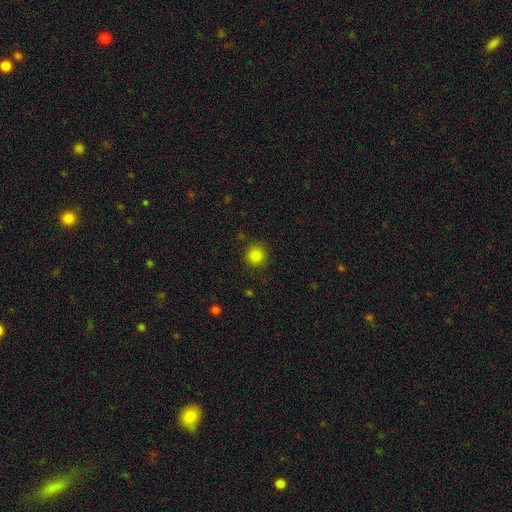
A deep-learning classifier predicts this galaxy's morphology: This appears to be a smooth galaxy with no disk features (85%) that is round (93%). Merging: none (88%).